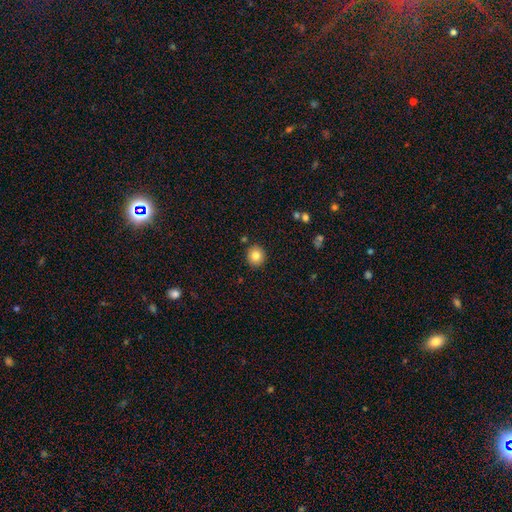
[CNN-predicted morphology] The model was most divided on "smooth or featured": smooth: 81%, star or artifact: 10%, featured or disk: 9%. More confident: how rounded — round (89%); merging — none (89%).